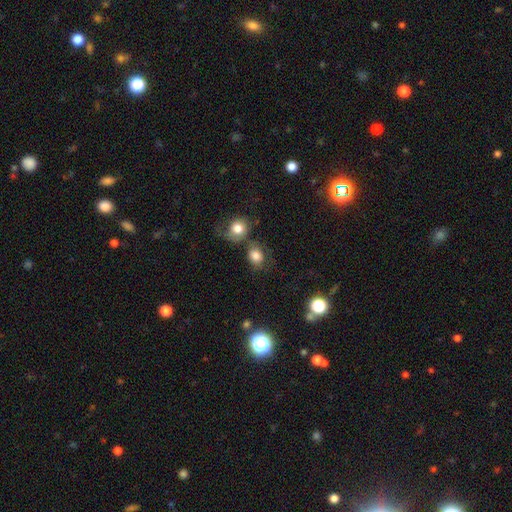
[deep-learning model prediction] Q: Smooth or featured?
A: smooth (81%); runner-up: star or artifact (10%)
Q: How rounded?
A: round (55%); runner-up: in between (44%)
Q: Merging?
A: none (48%); runner-up: merger (24%)